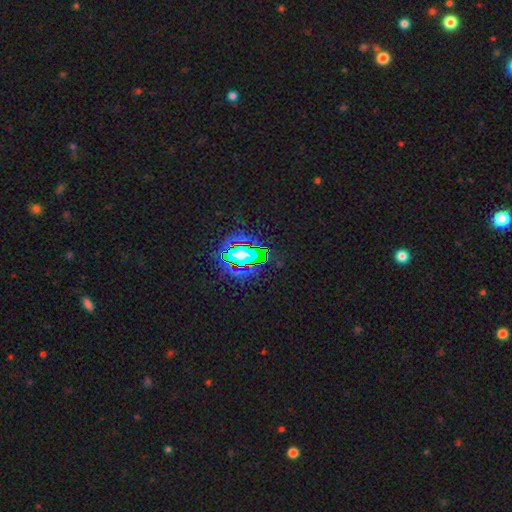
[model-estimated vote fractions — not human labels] smooth_or_featured: star or artifact (p=0.77) [alt: smooth p=0.12]